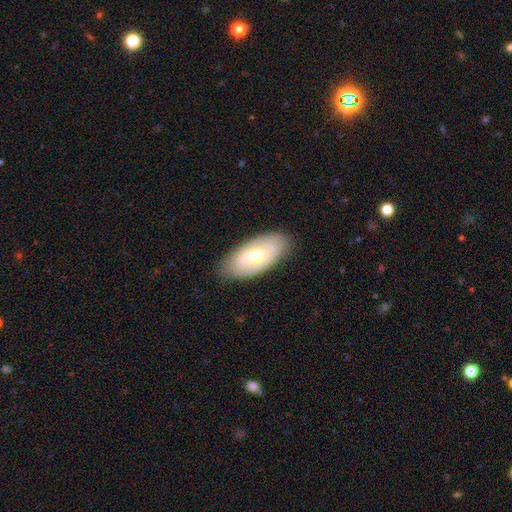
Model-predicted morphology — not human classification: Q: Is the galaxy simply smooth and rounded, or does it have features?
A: featured or disk — 61%.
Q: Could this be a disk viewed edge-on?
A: no — 90%.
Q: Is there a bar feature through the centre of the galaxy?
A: weak — 42%, tied with no.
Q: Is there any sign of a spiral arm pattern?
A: yes — 70%.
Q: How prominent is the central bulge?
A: moderate — 58%.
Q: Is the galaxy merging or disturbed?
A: none — 83%.